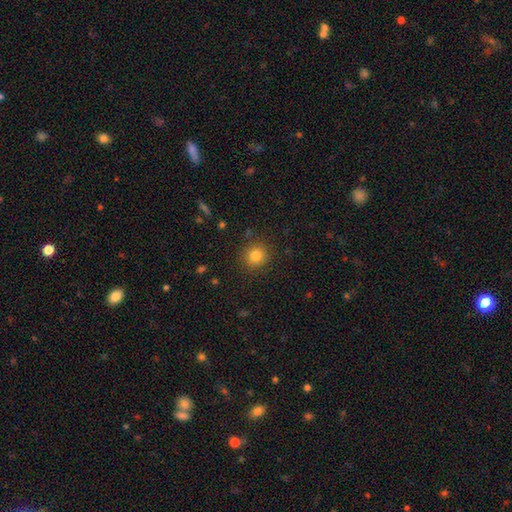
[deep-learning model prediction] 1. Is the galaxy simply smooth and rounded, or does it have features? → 82% smooth, 12% star or artifact, 6% featured or disk.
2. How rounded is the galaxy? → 92% round, 7% in between, 1% cigar-shaped.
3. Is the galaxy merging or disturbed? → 89% none, 7% minor disturbance, 3% major disturbance, 1% merger.